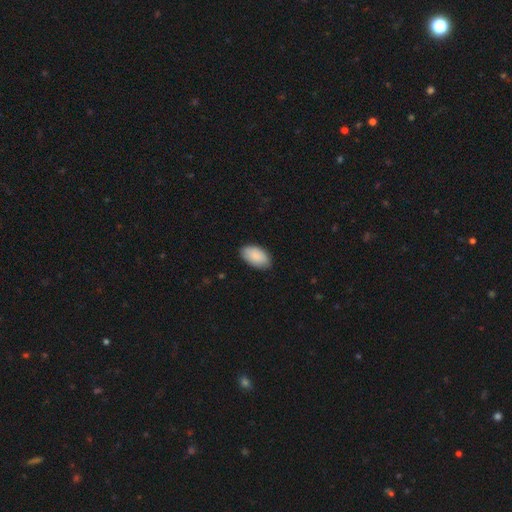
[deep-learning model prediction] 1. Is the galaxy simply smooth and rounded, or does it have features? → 89% smooth, 6% star or artifact, 5% featured or disk.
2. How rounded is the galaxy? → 95% in between, 3% round, 1% cigar-shaped.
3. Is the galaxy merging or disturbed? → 86% none, 11% minor disturbance, 2% major disturbance, 1% merger.